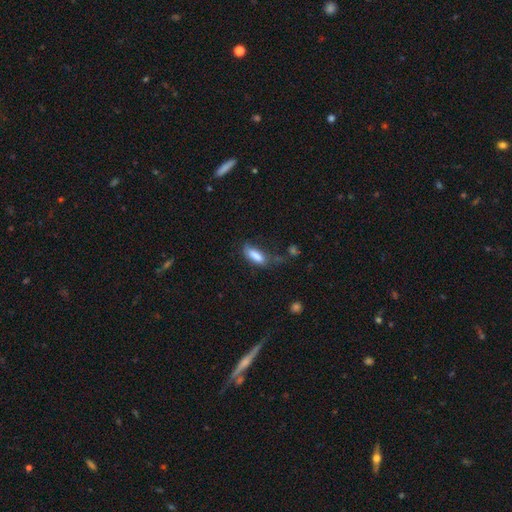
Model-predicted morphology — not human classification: This appears to be a smooth galaxy with no disk features (81%) that is in between round and cigar-shaped (63%). Merging: none (47%).